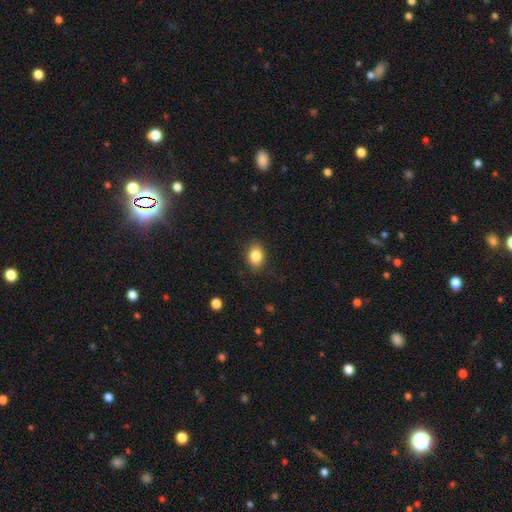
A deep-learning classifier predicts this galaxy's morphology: smooth_or_featured: smooth (p=0.85) [alt: star or artifact p=0.09]
how_rounded: in between (p=0.70) [alt: round p=0.29]
merging: none (p=0.86) [alt: minor disturbance p=0.10]